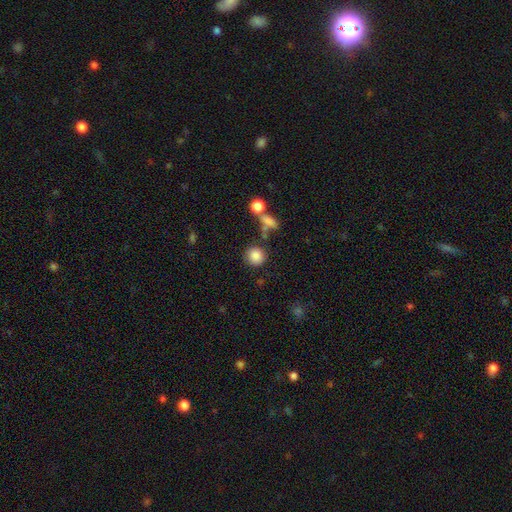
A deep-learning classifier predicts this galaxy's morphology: Smooth or featured: smooth — 84% (star or artifact — 10%)
How rounded: round — 90% (in between — 9%)
Merging: none — 75% (minor disturbance — 10%)